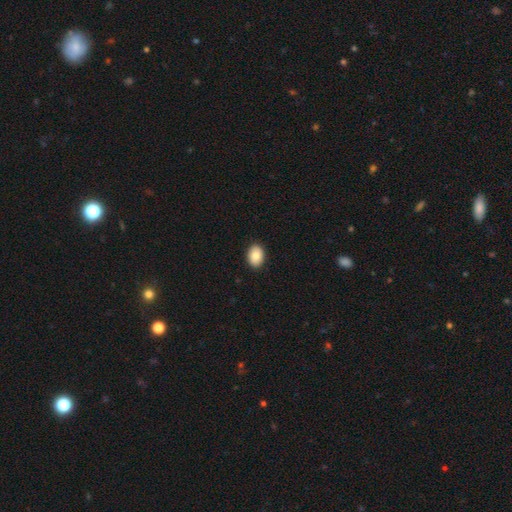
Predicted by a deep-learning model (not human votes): Smooth or featured? smooth (84%)
How rounded? in between (76%)
Merging? none (90%)